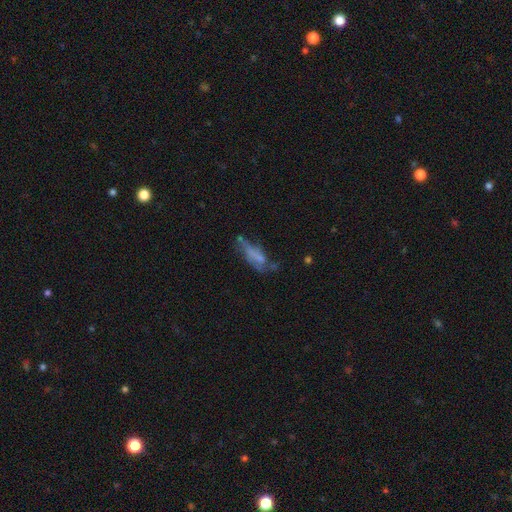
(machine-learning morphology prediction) The model was most divided on "merging": none: 31%, major disturbance: 30%, minor disturbance: 26%, merger: 13%. Remaining: smooth or featured — smooth (49%).